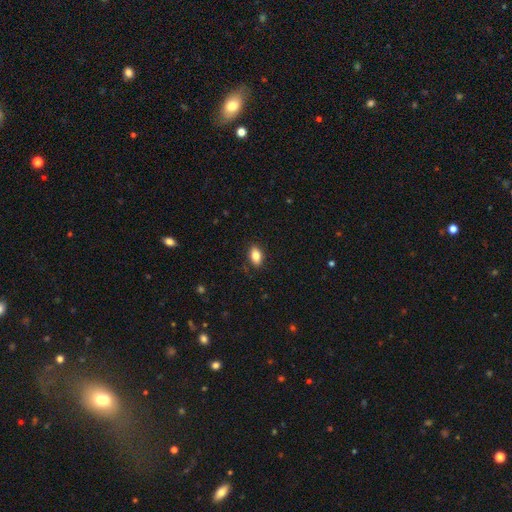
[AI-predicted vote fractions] Smooth or featured? Predicted: smooth (p=0.83). How rounded? Predicted: in between (p=0.89). Merging? Predicted: none (p=0.85).